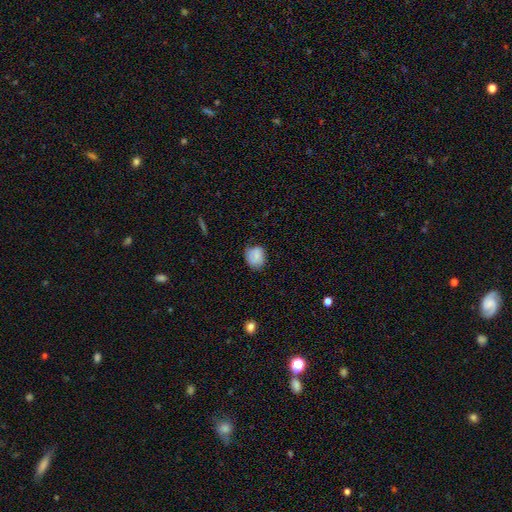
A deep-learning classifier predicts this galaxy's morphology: Smooth or featured? smooth (77%)
How rounded? round (69%)
Merging? none (70%)